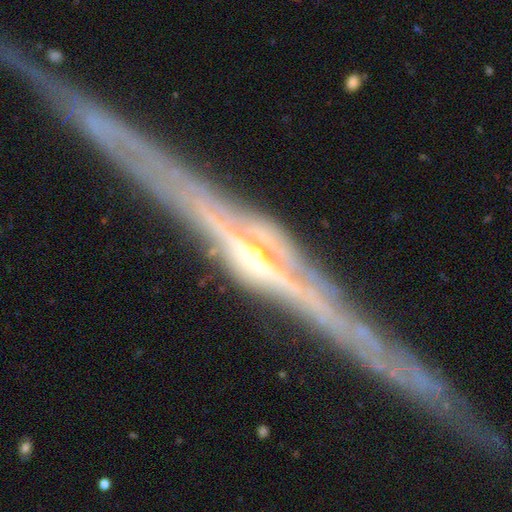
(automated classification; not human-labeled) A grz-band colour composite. It shows a featured or disk galaxy (89%) viewed edge-on (98%) with a rounded central bulge (68%). Merging: none (90%).